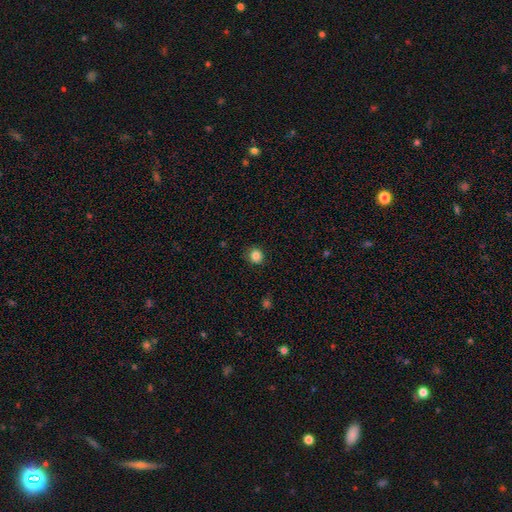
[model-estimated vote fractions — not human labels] A smooth galaxy with no disk features (85%) that is round (87%).

Vote fractions:
- Smooth or featured? smooth: 85% / star or artifact: 11% / featured or disk: 4%
- How rounded? round: 87% / in between: 12% / cigar-shaped: 1%
- Merging? none: 88% / minor disturbance: 9% / major disturbance: 2% / merger: 1%